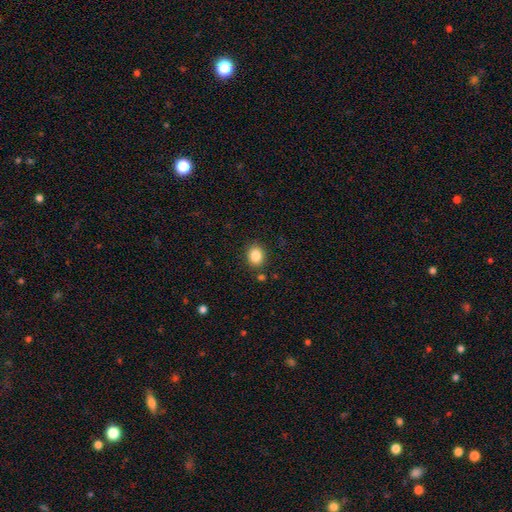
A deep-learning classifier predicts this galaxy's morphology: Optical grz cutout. It shows a smooth galaxy with no disk features (85%) that is round (59%). Merging: none (86%).